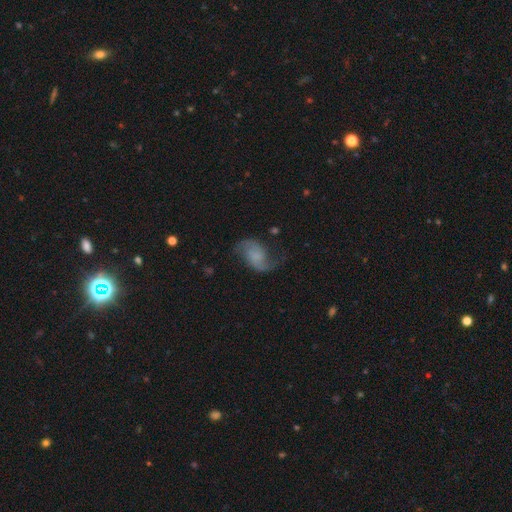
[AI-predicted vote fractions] Q: Smooth or featured?
A: featured or disk (75%); runner-up: smooth (17%)
Q: Edge-on disk?
A: no (98%); runner-up: yes (2%)
Q: Bar?
A: no (60%); runner-up: weak (33%)
Q: Spiral arms?
A: yes (95%); runner-up: no (5%)
Q: Spiral winding?
A: loose (63%); runner-up: medium (30%)
Q: Spiral arm count?
A: 2 (91%); runner-up: can't tell (3%)
Q: Bulge size?
A: none (51%); runner-up: small (24%)
Q: Merging?
A: none (67%); runner-up: minor disturbance (18%)